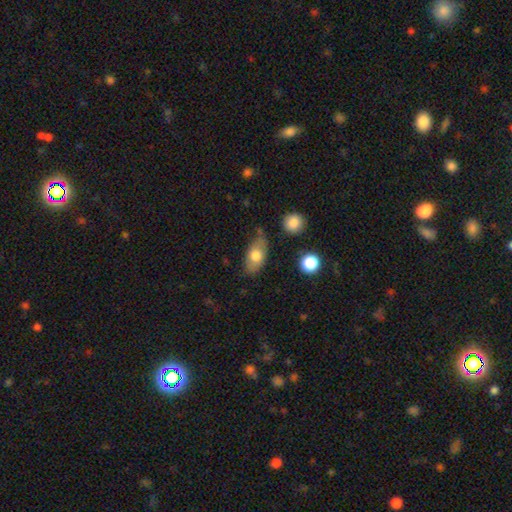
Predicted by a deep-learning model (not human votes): Q: Smooth or featured?
A: smooth (71%); runner-up: featured or disk (23%)
Q: How rounded?
A: in between (88%); runner-up: round (7%)
Q: Merging?
A: none (67%); runner-up: minor disturbance (23%)